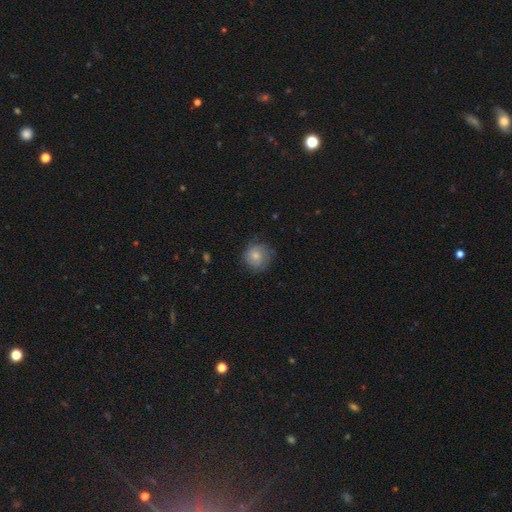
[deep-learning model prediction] Q: Smooth or featured?
A: smooth (71%); runner-up: featured or disk (21%)
Q: How rounded?
A: round (90%); runner-up: in between (9%)
Q: Merging?
A: none (70%); runner-up: minor disturbance (22%)